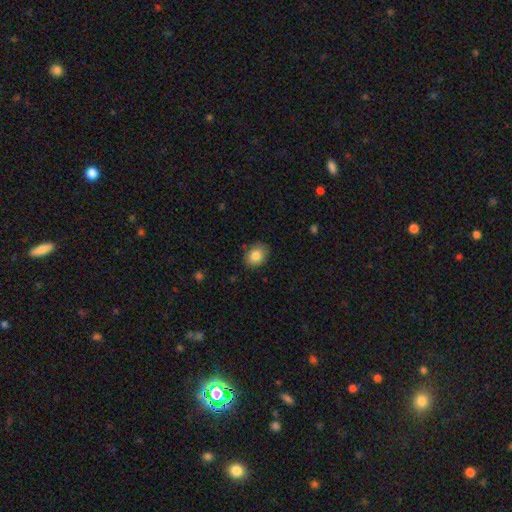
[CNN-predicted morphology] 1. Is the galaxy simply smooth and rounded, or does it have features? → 83% smooth, 8% featured or disk, 8% star or artifact.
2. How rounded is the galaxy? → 59% in between, 40% round, 1% cigar-shaped.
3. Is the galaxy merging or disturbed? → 85% none, 12% minor disturbance, 2% major disturbance, 1% merger.